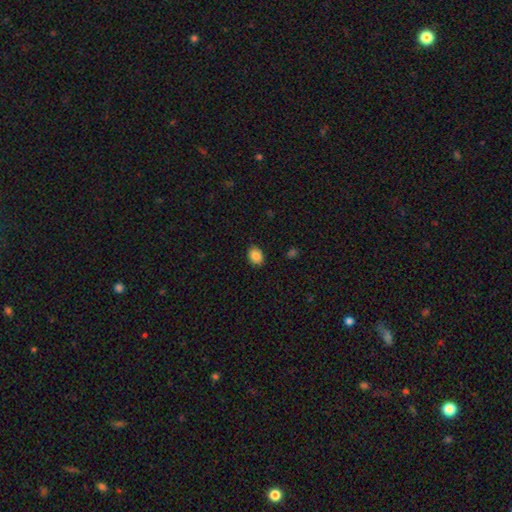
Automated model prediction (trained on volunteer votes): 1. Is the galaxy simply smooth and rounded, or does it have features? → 87% smooth, 9% star or artifact, 4% featured or disk.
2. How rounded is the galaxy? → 67% in between, 33% round, 1% cigar-shaped.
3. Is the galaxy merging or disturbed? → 88% none, 9% minor disturbance, 2% major disturbance, 1% merger.